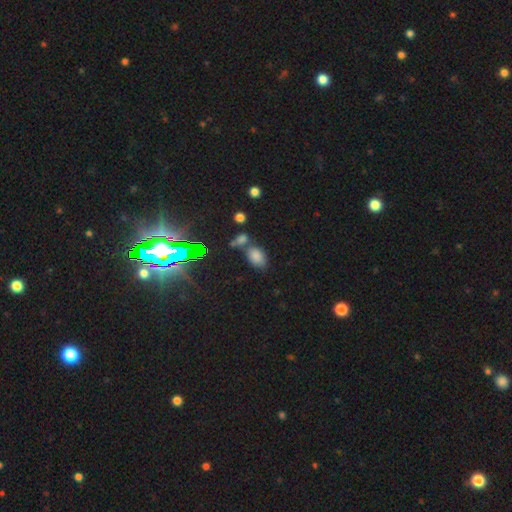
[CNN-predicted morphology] This is likely a smooth galaxy (71%). How rounded: clearly in between (87%). Merging: possibly none (55%).